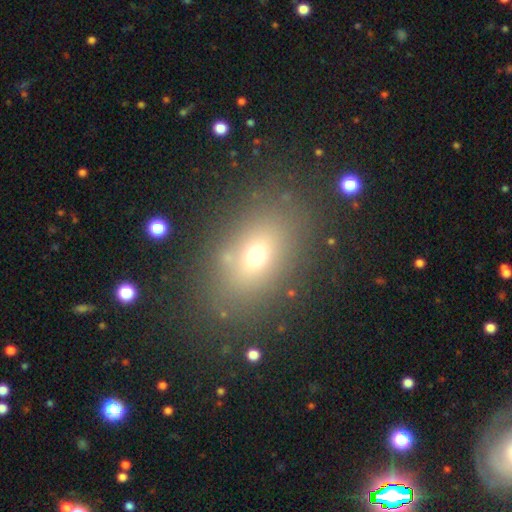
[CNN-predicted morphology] Smooth or featured: smooth — 66% (star or artifact — 19%)
How rounded: in between — 70% (round — 28%)
Merging: none — 80% (minor disturbance — 10%)